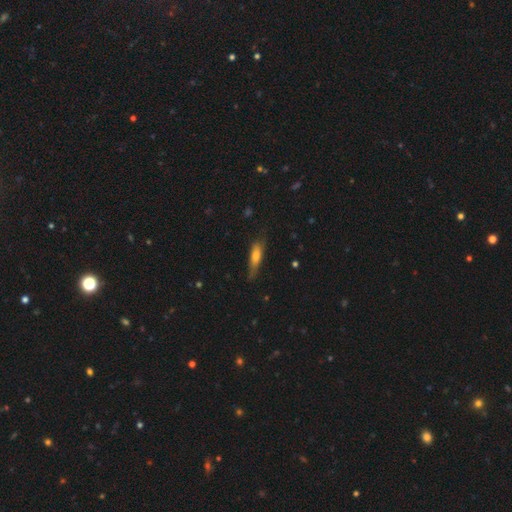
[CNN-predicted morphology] Q: Smooth or featured?
A: smooth (63%); runner-up: featured or disk (30%)
Q: How rounded?
A: cigar-shaped (66%); runner-up: in between (32%)
Q: Merging?
A: none (64%); runner-up: minor disturbance (27%)